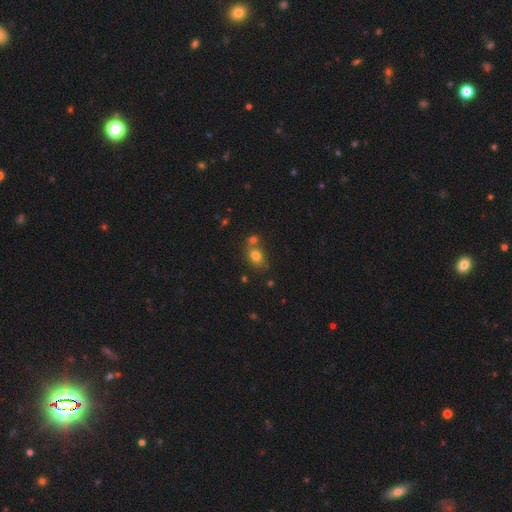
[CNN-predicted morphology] This is likely a smooth galaxy (76%). How rounded: possibly in between (50%). Merging: possibly none (54%).